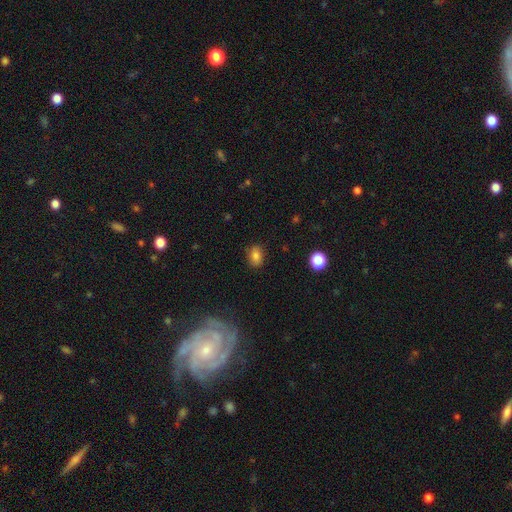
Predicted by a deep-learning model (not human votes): This appears to be a smooth galaxy with no disk features (82%) that is in between round and cigar-shaped (72%). Merging: none (84%).